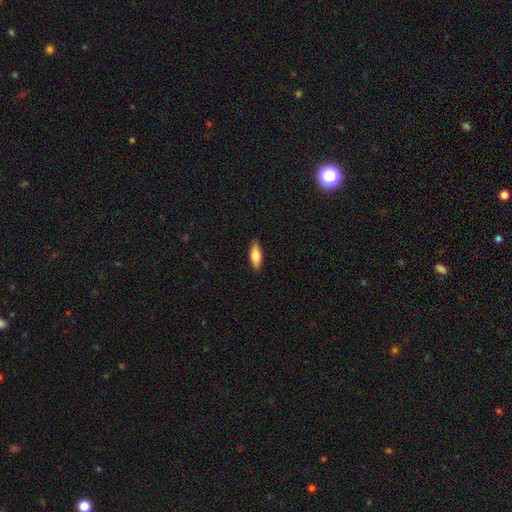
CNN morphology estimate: type=smooth (78%); roundness=in between (74%); merging=none (88%).